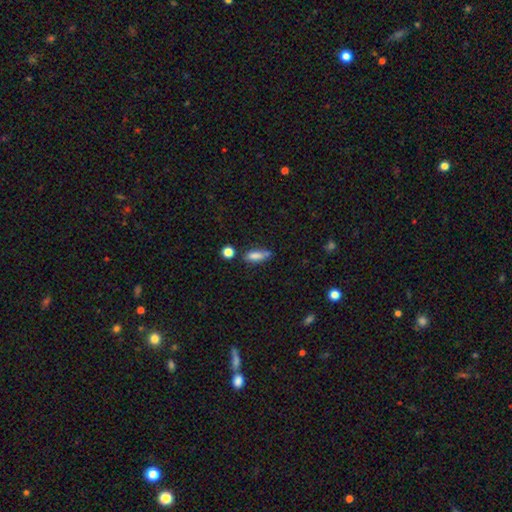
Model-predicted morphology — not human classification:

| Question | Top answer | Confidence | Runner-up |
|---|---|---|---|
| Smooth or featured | smooth | 79% | featured or disk (11%) |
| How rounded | in between | 61% | cigar-shaped (35%) |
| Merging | none | 51% | minor disturbance (28%) |